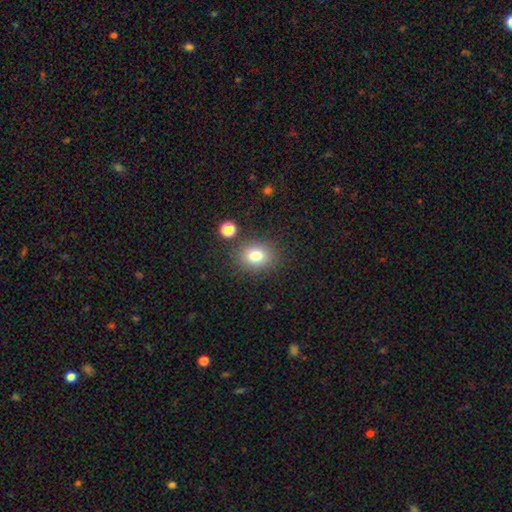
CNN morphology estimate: Smooth or featured?
  - smooth: 78% *
  - star or artifact: 13%
  - featured or disk: 9%
How rounded?
  - round: 57% *
  - in between: 42%
  - cigar-shaped: 1%
Merging?
  - none: 83% *
  - minor disturbance: 9%
  - merger: 5%
  - major disturbance: 3%